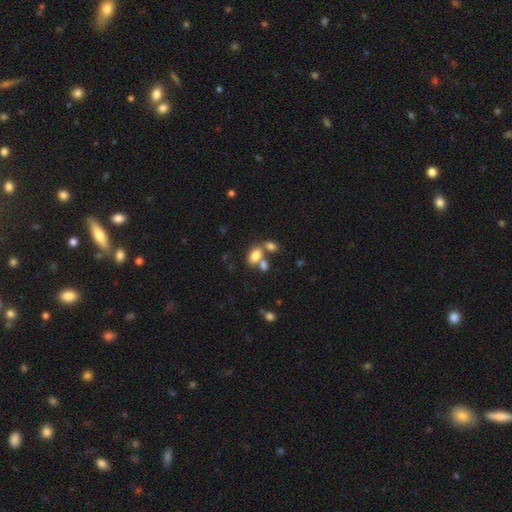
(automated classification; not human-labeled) Smooth or featured: smooth — 78% (featured or disk — 11%)
How rounded: in between — 87% (round — 11%)
Merging: none — 44% (merger — 40%)